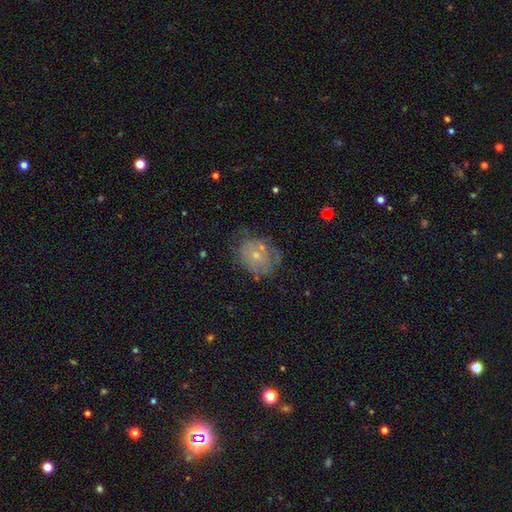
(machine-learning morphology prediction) featured or disk 50%, smooth 39%, star or artifact 11%. Down the decision tree: edge-on disk — no (97%); merging — none (53%).